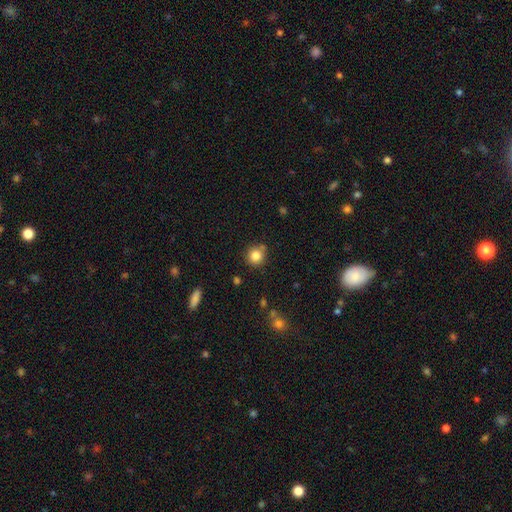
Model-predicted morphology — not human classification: Q: Smooth or featured?
A: smooth (83%); runner-up: star or artifact (11%)
Q: How rounded?
A: round (90%); runner-up: in between (9%)
Q: Merging?
A: none (78%); runner-up: minor disturbance (12%)